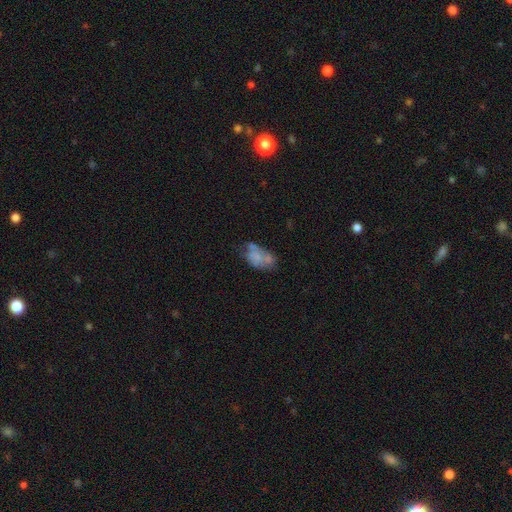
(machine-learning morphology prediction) Overall: smooth (53%; featured or disk 37%). How rounded: in between (90%). Merging: none (34%; minor disturbance 26%).